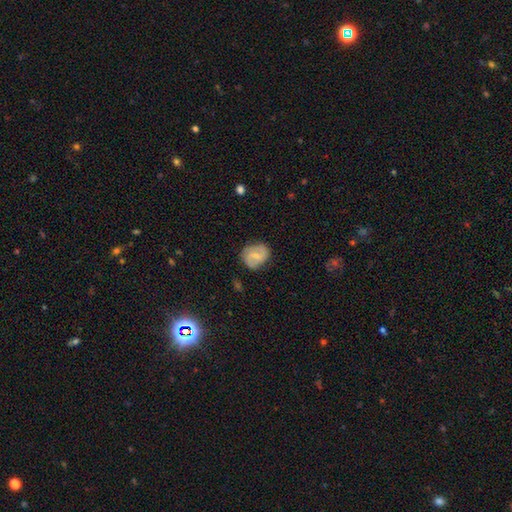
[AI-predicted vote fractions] Q: Smooth or featured?
A: featured or disk (50%); runner-up: smooth (43%)
Q: Edge-on disk?
A: no (97%); runner-up: yes (3%)
Q: Merging?
A: none (70%); runner-up: minor disturbance (22%)